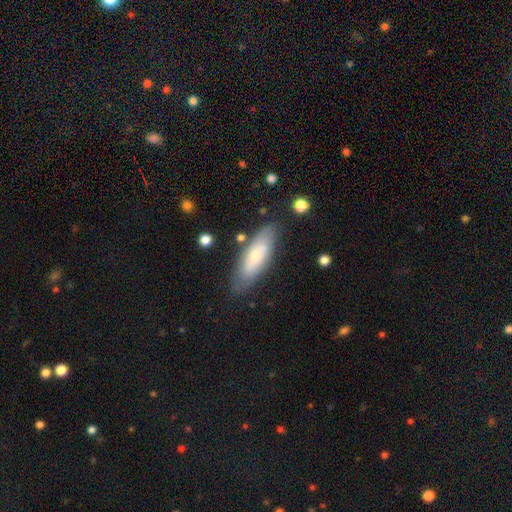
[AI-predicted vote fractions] The model was most divided on "how rounded": in between: 53%, cigar-shaped: 46%, round: 2%. More confident: merging — none (80%); smooth or featured — smooth (66%).